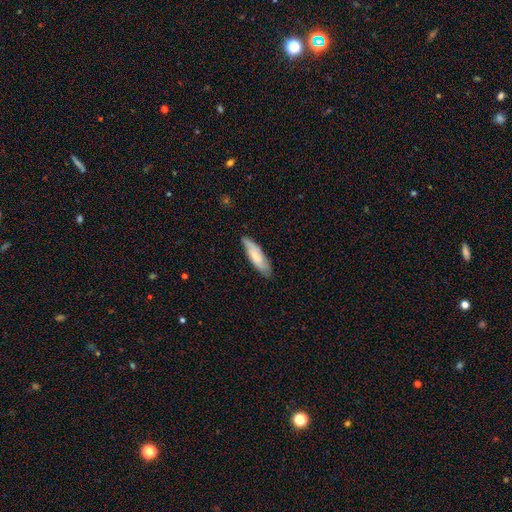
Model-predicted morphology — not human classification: Smooth or featured?
  - smooth: 62% *
  - featured or disk: 32%
  - star or artifact: 6%
How rounded?
  - cigar-shaped: 53% *
  - in between: 46%
  - round: 2%
Merging?
  - none: 79% *
  - minor disturbance: 17%
  - major disturbance: 3%
  - merger: 1%